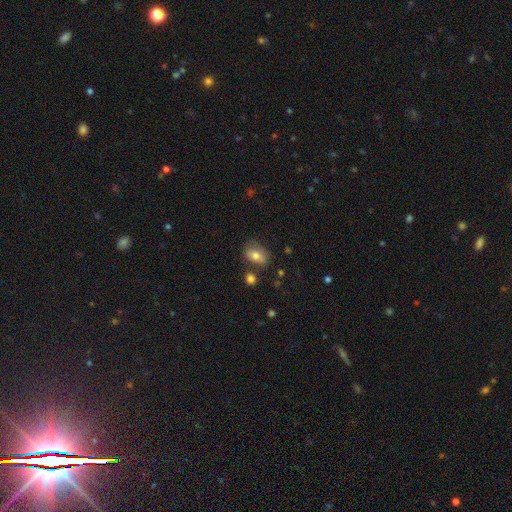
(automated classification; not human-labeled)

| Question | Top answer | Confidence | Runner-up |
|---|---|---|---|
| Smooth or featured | smooth | 73% | featured or disk (18%) |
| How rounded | in between | 76% | round (23%) |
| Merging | none | 62% | minor disturbance (24%) |